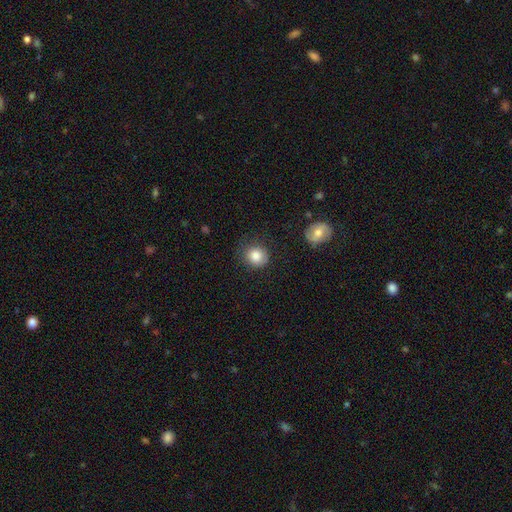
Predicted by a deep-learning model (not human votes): Smooth or featured: smooth — 84% (star or artifact — 9%)
How rounded: round — 83% (in between — 16%)
Merging: none — 74% (minor disturbance — 18%)